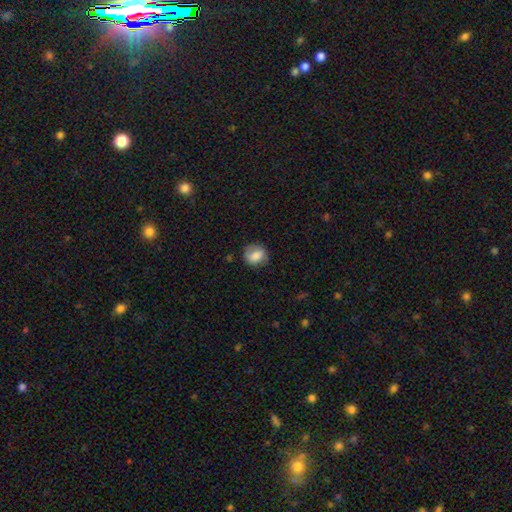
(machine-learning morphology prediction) The model was most divided on "how rounded": round: 72%, in between: 26%, cigar-shaped: 1%. More confident: smooth or featured — smooth (79%); merging — none (76%).